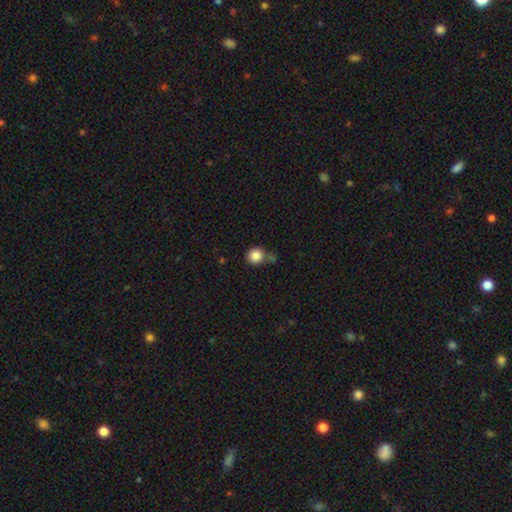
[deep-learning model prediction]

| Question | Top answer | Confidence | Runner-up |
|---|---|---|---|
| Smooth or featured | smooth | 84% | star or artifact (10%) |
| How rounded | round | 92% | in between (7%) |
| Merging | none | 67% | merger (14%) |